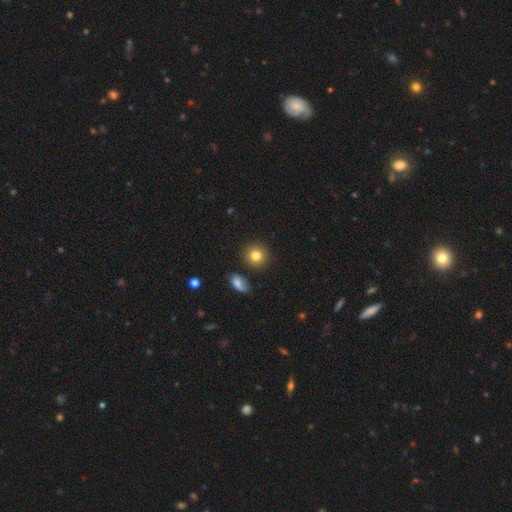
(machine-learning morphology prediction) smooth_or_featured: smooth (p=0.82) [alt: star or artifact p=0.10]
how_rounded: round (p=0.90) [alt: in between p=0.09]
merging: none (p=0.86) [alt: minor disturbance p=0.08]